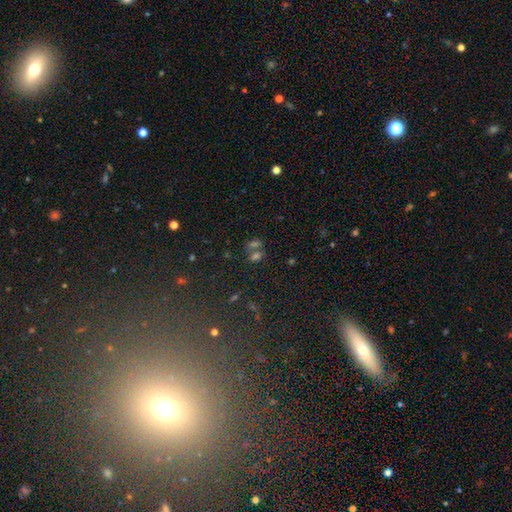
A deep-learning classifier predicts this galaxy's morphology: Smooth or featured: smooth — 49% (star or artifact — 36%)
Merging: none — 43% (merger — 41%)